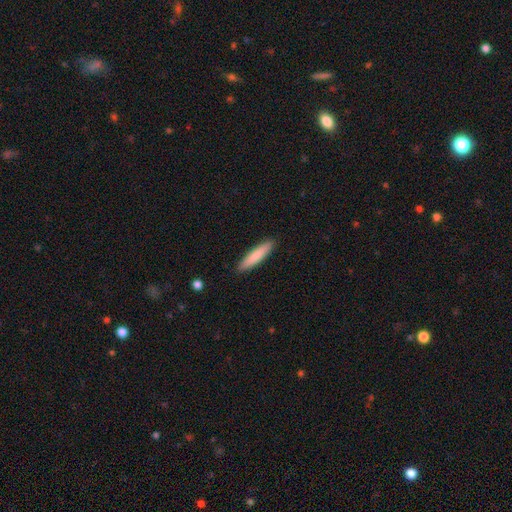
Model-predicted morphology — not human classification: The model was most divided on "smooth or featured": smooth: 81%, featured or disk: 14%, star or artifact: 5%. More confident: merging — none (91%); how rounded — cigar-shaped (87%).